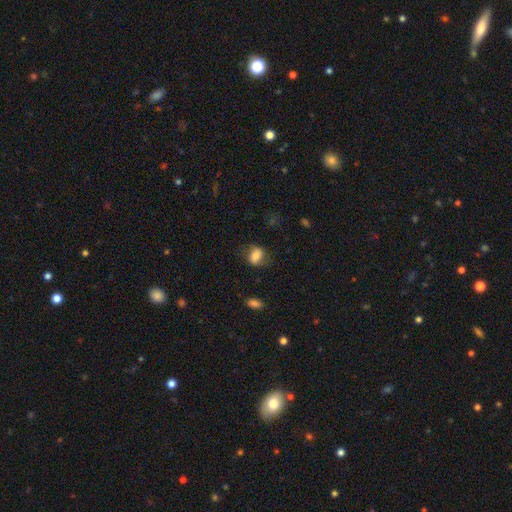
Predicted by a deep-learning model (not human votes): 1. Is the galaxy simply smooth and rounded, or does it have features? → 73% smooth, 19% featured or disk, 8% star or artifact.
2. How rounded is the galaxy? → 66% in between, 33% round, 2% cigar-shaped.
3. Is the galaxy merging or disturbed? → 68% none, 21% minor disturbance, 10% major disturbance, 1% merger.